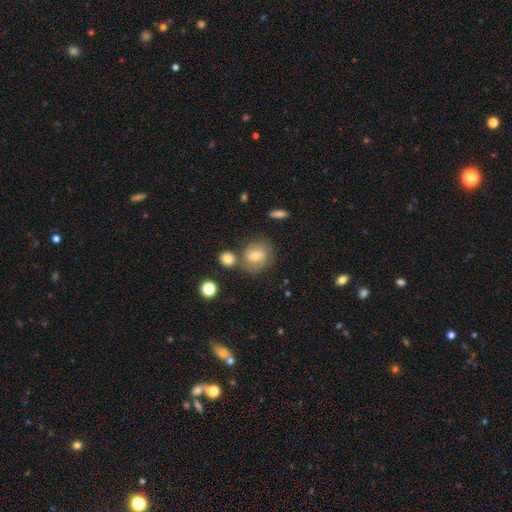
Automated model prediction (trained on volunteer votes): Q: Smooth or featured?
A: smooth (56%); runner-up: featured or disk (35%)
Q: How rounded?
A: round (65%); runner-up: in between (33%)
Q: Merging?
A: none (56%); runner-up: merger (19%)